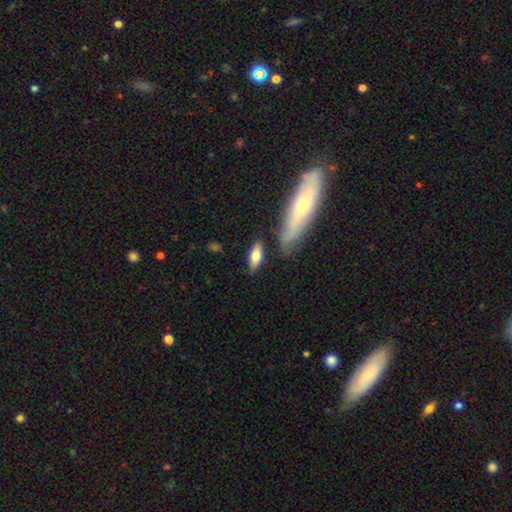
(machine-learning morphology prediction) The model was most divided on "how rounded": in between: 76%, cigar-shaped: 22%, round: 3%. More confident: merging — none (78%); smooth or featured — smooth (75%).